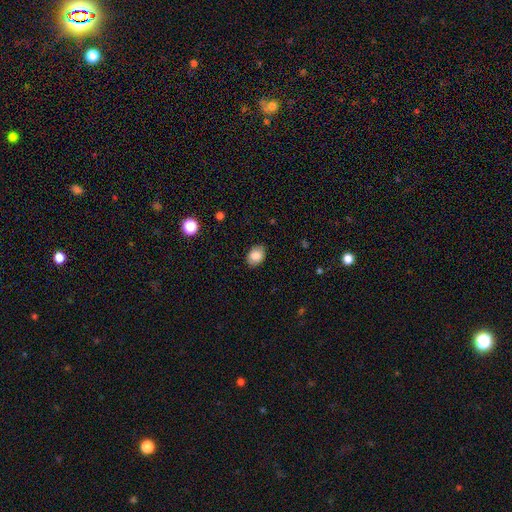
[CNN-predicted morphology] smooth-or-featured: smooth: 86% | star or artifact: 8% | featured or disk: 6%
  how-rounded: in between: 76% | round: 23% | cigar-shaped: 1%
  merging: none: 86% | minor disturbance: 10% | major disturbance: 2% | merger: 1%